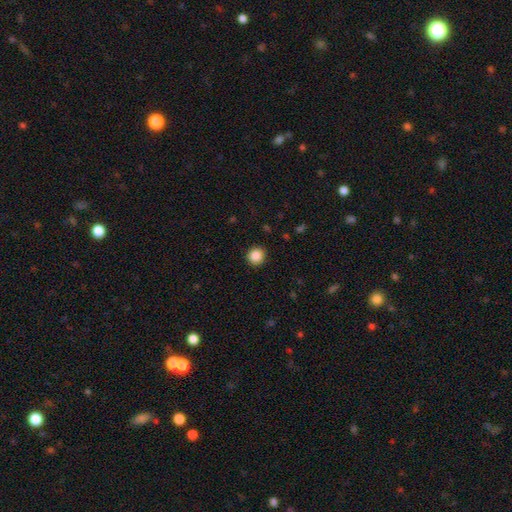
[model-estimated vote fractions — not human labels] Q: Smooth or featured?
A: smooth (88%); runner-up: star or artifact (10%)
Q: How rounded?
A: round (93%); runner-up: in between (6%)
Q: Merging?
A: none (91%); runner-up: minor disturbance (6%)